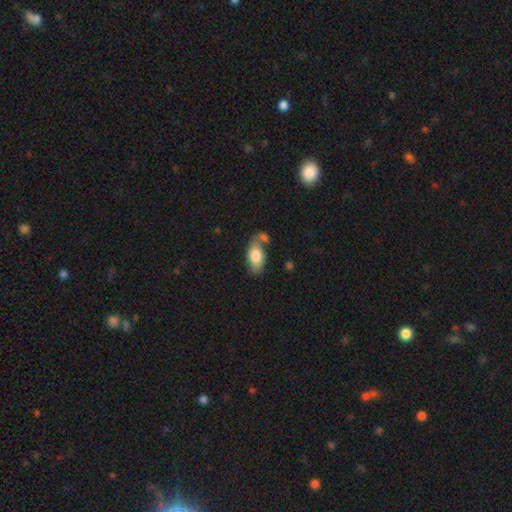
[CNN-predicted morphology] Q: Smooth or featured?
A: smooth (73%); runner-up: featured or disk (21%)
Q: How rounded?
A: in between (91%); runner-up: cigar-shaped (5%)
Q: Merging?
A: none (47%); runner-up: merger (27%)